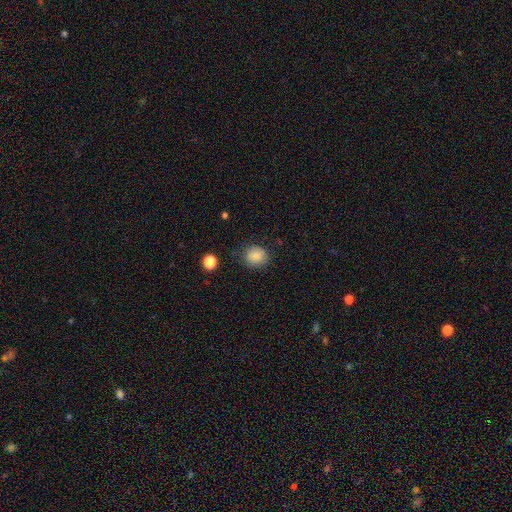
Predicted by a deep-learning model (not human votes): A smooth galaxy with no disk features (85%) that is round (74%).

Vote fractions:
- Smooth or featured? smooth: 85% / star or artifact: 9% / featured or disk: 5%
- How rounded? round: 74% / in between: 25% / cigar-shaped: 1%
- Merging? none: 81% / minor disturbance: 14% / major disturbance: 4% / merger: 2%